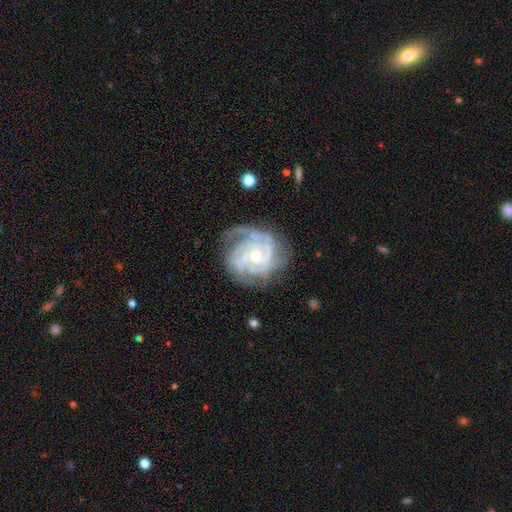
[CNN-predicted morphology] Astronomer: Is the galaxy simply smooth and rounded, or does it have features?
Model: featured or disk — 89%.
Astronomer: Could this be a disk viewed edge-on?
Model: no — 98%.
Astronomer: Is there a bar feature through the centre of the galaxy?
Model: no — 68%.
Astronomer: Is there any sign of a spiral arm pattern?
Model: yes — 97%.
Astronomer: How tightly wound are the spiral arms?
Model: tight — 66%.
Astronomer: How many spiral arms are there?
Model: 3 — 33% (runner-up: can't tell, 20%).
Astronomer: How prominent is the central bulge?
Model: small — 60% (runner-up: moderate, 36%).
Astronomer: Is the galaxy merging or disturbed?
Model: none — 70%.